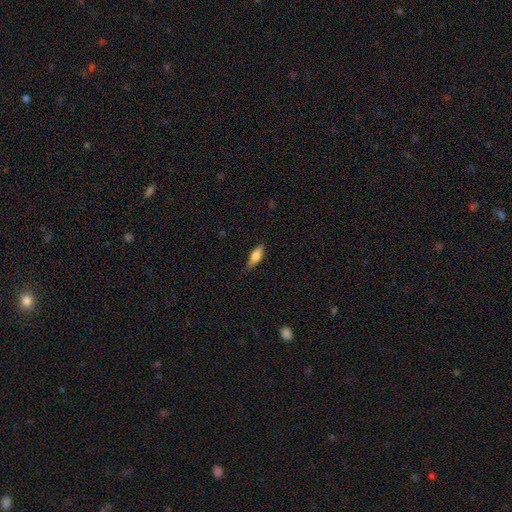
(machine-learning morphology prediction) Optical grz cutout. It shows a smooth galaxy with no disk features (74%) that is in between round and cigar-shaped (60%). Merging: none (80%).